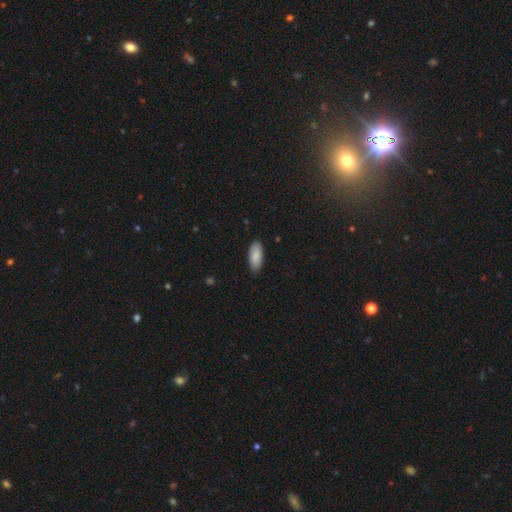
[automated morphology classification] The model was most divided on "how rounded": in between: 84%, cigar-shaped: 15%, round: 2%. More confident: smooth or featured — smooth (88%); merging — none (84%).